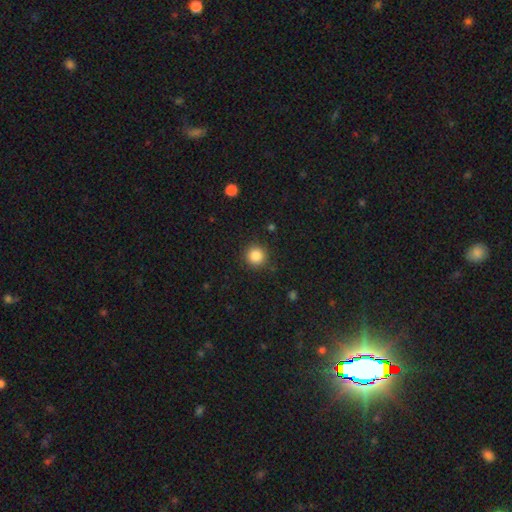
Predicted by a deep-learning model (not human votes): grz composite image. It shows a smooth galaxy with no disk features (86%) that is round (94%). Merging: none (89%).